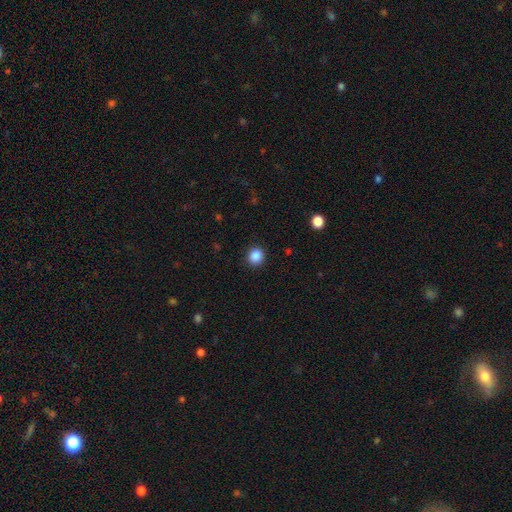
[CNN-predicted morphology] This appears to be a smooth galaxy with no disk features (87%) that is round (88%). Merging: none (91%).